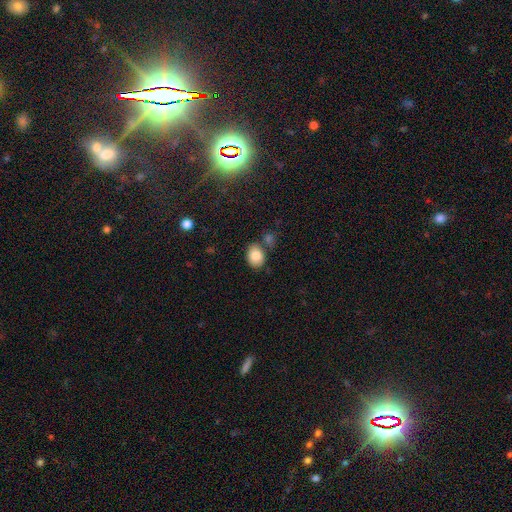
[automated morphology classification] Smooth or featured? Predicted: smooth (p=0.86). How rounded? Predicted: in between (p=0.69). Merging? Predicted: none (p=0.67).